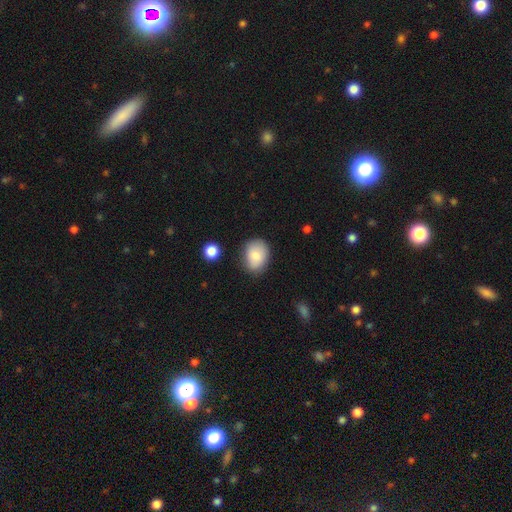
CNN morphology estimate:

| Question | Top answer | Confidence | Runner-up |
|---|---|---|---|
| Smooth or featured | smooth | 82% | featured or disk (10%) |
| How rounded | in between | 63% | round (36%) |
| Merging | none | 74% | minor disturbance (19%) |